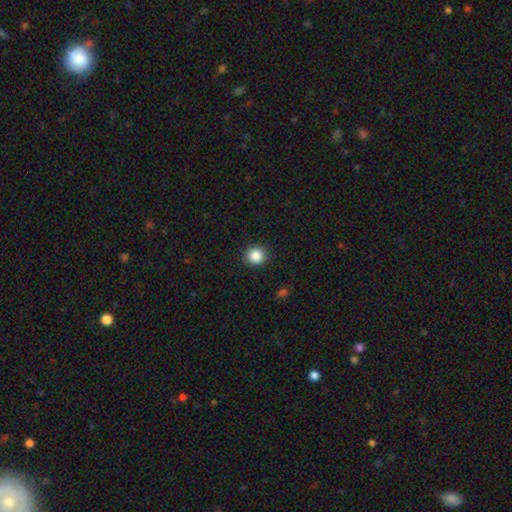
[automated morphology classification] A smooth galaxy with no disk features (86%) that is round (89%).

Vote fractions:
- Smooth or featured? smooth: 86% / star or artifact: 10% / featured or disk: 4%
- How rounded? round: 89% / in between: 10% / cigar-shaped: 1%
- Merging? none: 91% / minor disturbance: 6% / major disturbance: 2% / merger: 1%